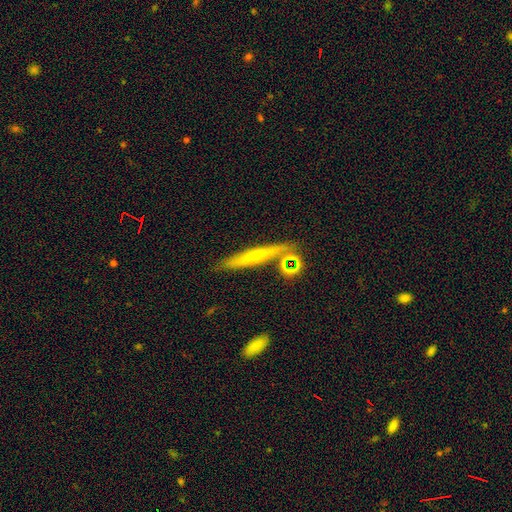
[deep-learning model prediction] Morphology: type=featured or disk (57%); edge-on=yes (92%); edge-on bulge=rounded (67%); merging=none (75%).